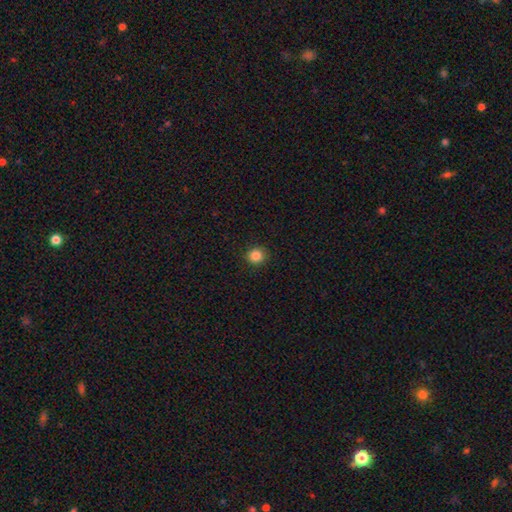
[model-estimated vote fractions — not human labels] Smooth or featured: smooth — 85% (star or artifact — 11%)
How rounded: round — 91% (in between — 8%)
Merging: none — 91% (minor disturbance — 6%)